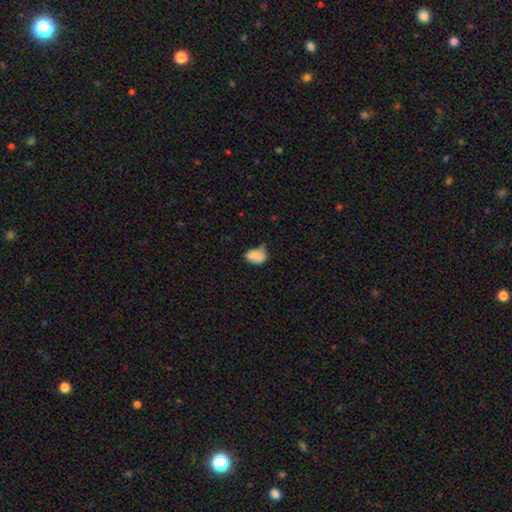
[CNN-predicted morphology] A smooth galaxy with no disk features (79%) that is in between round and cigar-shaped (81%).

Vote fractions:
- Smooth or featured? smooth: 79% / featured or disk: 12% / star or artifact: 9%
- How rounded? in between: 81% / round: 18% / cigar-shaped: 1%
- Merging? minor disturbance: 43% / none: 34% / major disturbance: 17% / merger: 6%